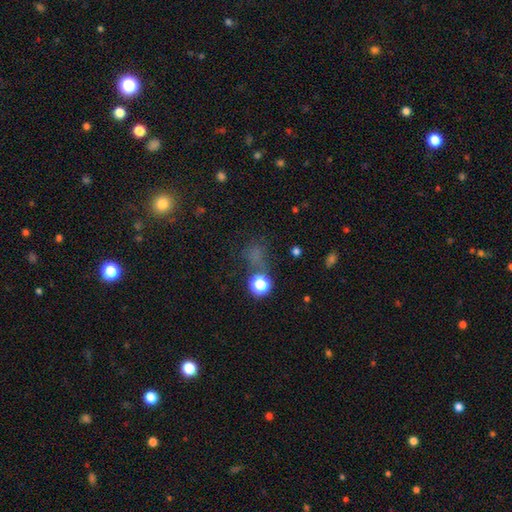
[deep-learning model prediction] Morphology: type=smooth (50%); roundness=round (77%); merging=none (61%).